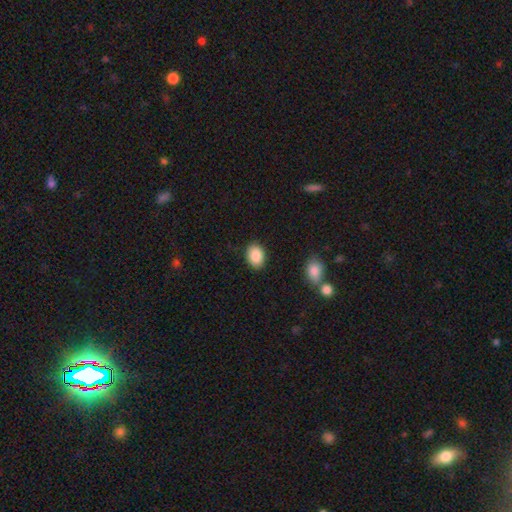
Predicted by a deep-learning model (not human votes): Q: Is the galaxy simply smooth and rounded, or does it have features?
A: smooth — 89%.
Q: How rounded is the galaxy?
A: in between — 77%.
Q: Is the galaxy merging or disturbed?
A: none — 88%.